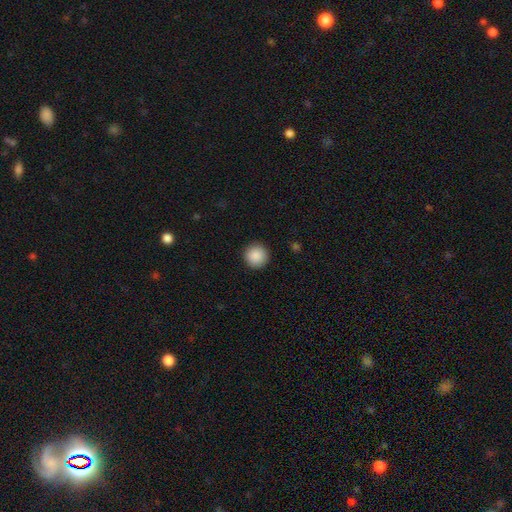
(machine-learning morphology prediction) This is clearly a smooth galaxy (89%). How rounded: clearly round (96%). Merging: clearly none (92%).